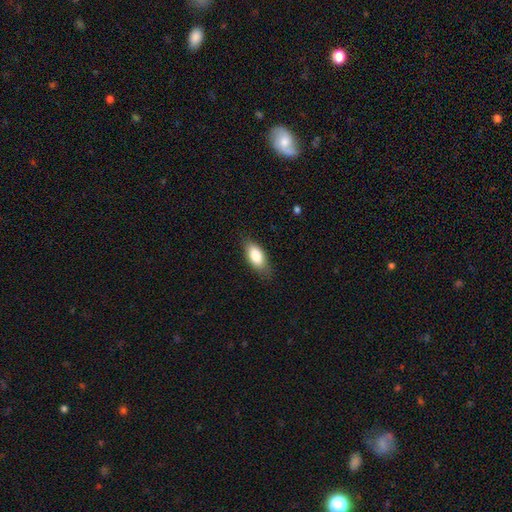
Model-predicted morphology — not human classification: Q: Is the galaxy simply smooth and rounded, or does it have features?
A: smooth — 83%.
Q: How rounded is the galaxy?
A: in between — 86%.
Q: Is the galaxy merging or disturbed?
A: none — 80%.